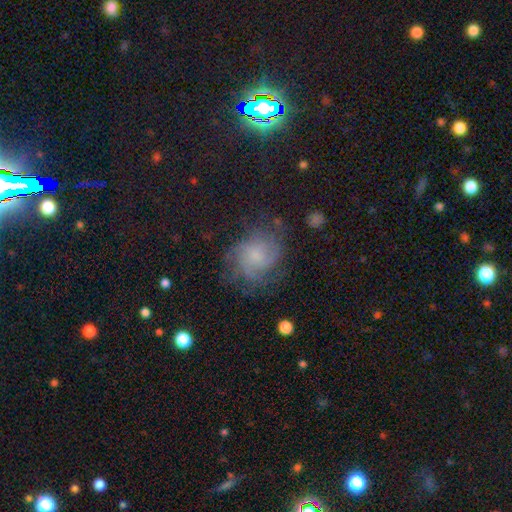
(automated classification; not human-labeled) This appears to be a featured or disk galaxy (60%) with no bar (75%), tight (43%) spiral arms (89%) and a small central bulge (46%). Merging: none (63%).